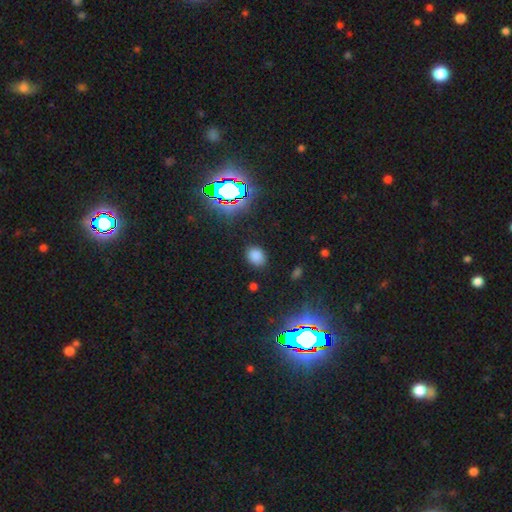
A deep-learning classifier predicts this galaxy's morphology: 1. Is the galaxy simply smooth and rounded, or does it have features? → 75% smooth, 19% star or artifact, 5% featured or disk.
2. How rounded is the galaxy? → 63% in between, 36% round, 1% cigar-shaped.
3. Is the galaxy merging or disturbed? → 84% none, 11% minor disturbance, 4% major disturbance, 2% merger.